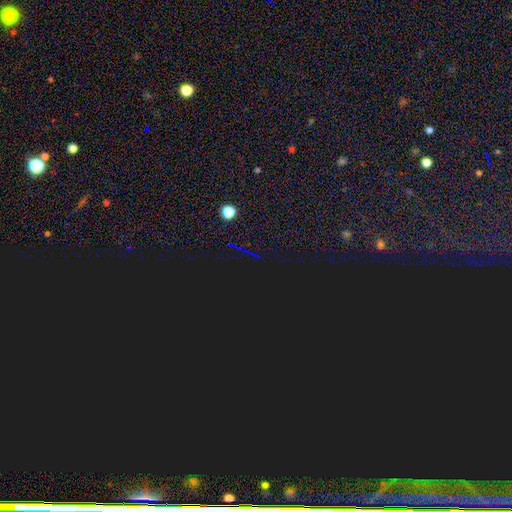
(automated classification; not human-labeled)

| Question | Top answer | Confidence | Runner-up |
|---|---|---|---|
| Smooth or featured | star or artifact | 84% | smooth (10%) |